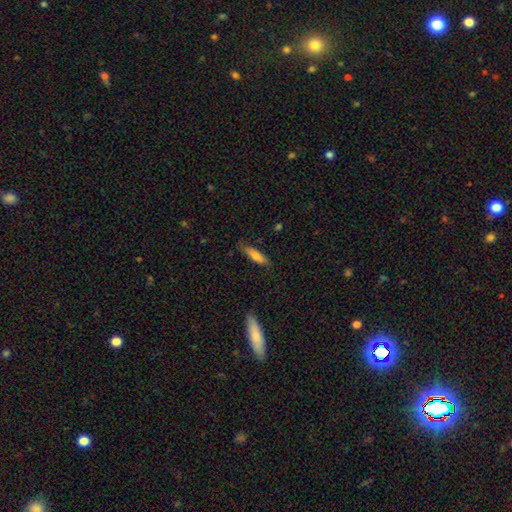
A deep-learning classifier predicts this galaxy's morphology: This appears to be a smooth galaxy with no disk features (69%) that is cigar-shaped (69%). Merging: none (79%).